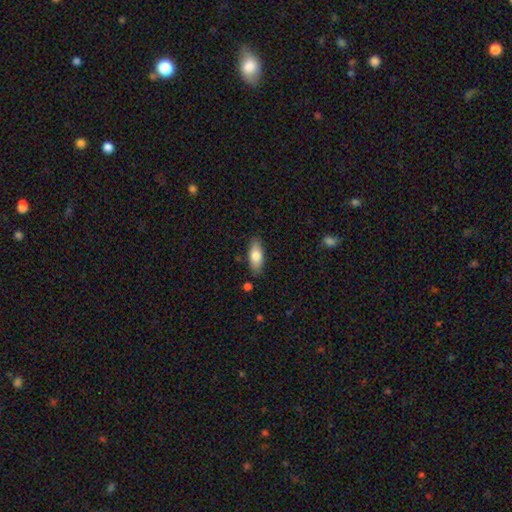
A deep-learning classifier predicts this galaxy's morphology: Smooth or featured? Predicted: smooth (p=0.79). How rounded? Predicted: in between (p=0.81). Merging? Predicted: none (p=0.83).